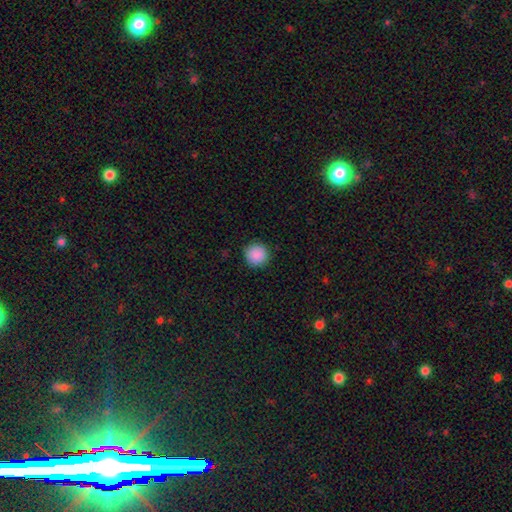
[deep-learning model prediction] This is clearly a smooth galaxy (89%). How rounded: clearly round (95%). Merging: clearly none (92%).